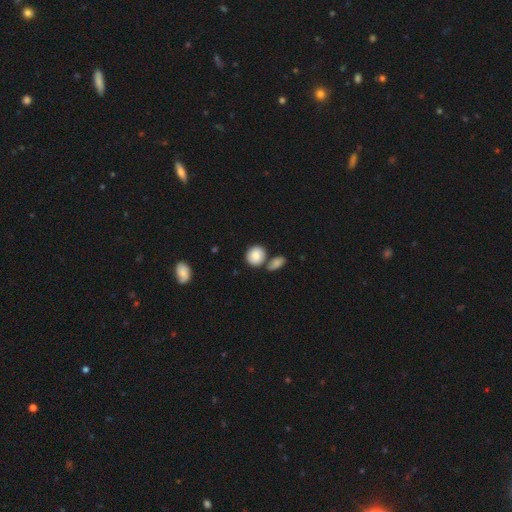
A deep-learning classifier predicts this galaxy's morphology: Smooth or featured? smooth (83%)
How rounded? round (76%)
Merging? none (64%)